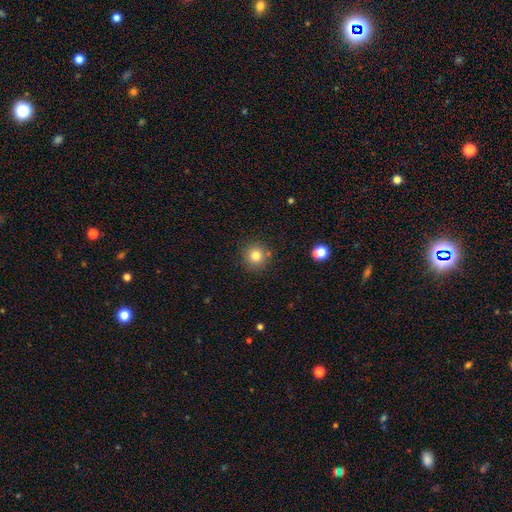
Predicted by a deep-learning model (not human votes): smooth_or_featured: smooth (p=0.81) [alt: star or artifact p=0.12]
how_rounded: round (p=0.94) [alt: in between p=0.05]
merging: none (p=0.85) [alt: minor disturbance p=0.08]